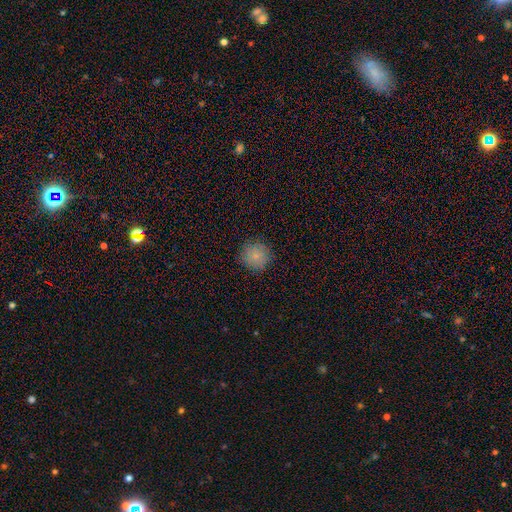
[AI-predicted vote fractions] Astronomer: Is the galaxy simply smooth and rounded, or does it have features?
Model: smooth — 80%.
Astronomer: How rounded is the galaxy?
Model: round — 94%.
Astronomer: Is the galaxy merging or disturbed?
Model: none — 88%.